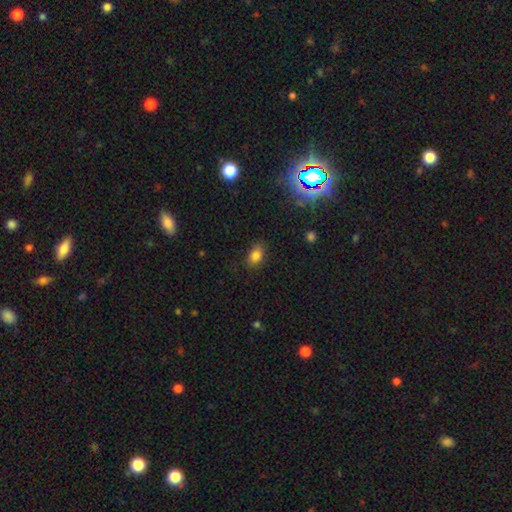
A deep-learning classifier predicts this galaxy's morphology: Smooth or featured?
  - smooth: 82% *
  - star or artifact: 11%
  - featured or disk: 7%
How rounded?
  - in between: 80% *
  - round: 18%
  - cigar-shaped: 2%
Merging?
  - none: 79% *
  - minor disturbance: 16%
  - major disturbance: 4%
  - merger: 1%